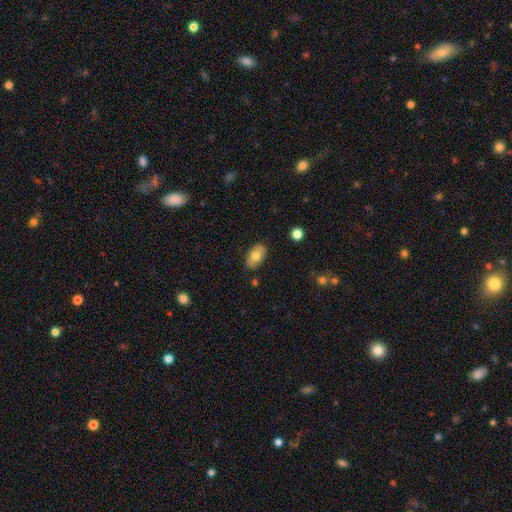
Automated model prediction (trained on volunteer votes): smooth-or-featured: smooth: 67% | featured or disk: 27% | star or artifact: 7%
  how-rounded: in between: 91% | round: 7% | cigar-shaped: 1%
  merging: none: 83% | minor disturbance: 13% | major disturbance: 2% | merger: 1%